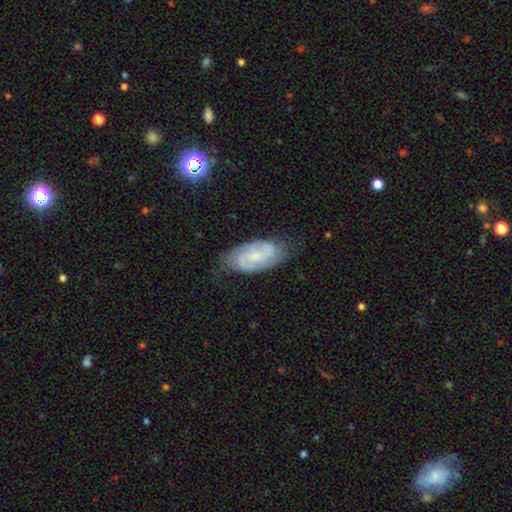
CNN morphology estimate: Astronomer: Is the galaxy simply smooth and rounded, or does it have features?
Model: featured or disk — 78%.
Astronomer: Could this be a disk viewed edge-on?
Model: no — 96%.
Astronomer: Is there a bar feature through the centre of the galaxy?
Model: no — 46% (runner-up: weak, 45%).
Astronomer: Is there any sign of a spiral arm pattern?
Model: yes — 95%.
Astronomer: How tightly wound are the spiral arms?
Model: tight — 45% (runner-up: medium, 44%).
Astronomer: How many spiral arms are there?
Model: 2 — 85%.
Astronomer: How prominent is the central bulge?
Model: small — 53% (runner-up: moderate, 31%).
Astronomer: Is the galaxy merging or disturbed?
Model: none — 76%.